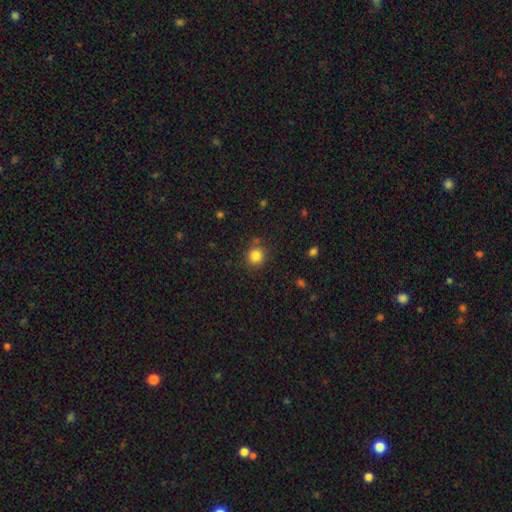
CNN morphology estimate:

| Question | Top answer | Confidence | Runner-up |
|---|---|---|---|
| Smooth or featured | smooth | 84% | star or artifact (11%) |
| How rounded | round | 86% | in between (13%) |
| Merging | none | 81% | minor disturbance (11%) |